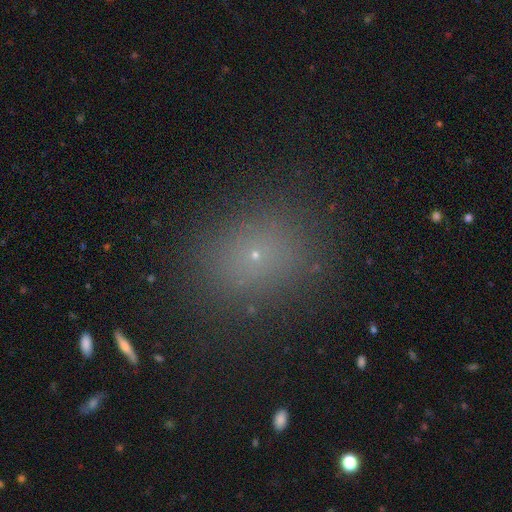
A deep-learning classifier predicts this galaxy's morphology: type=smooth (63%); roundness=round (61%); merging=none (86%).